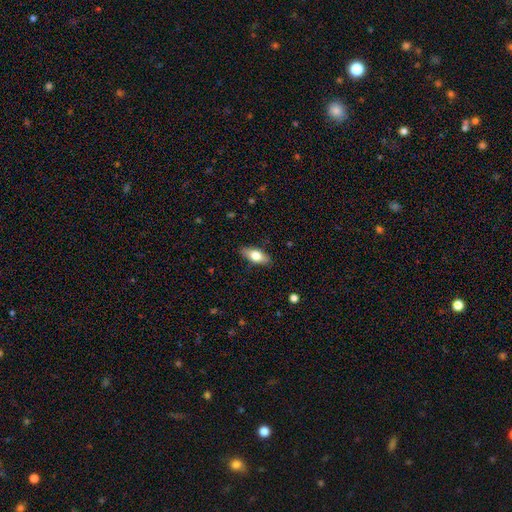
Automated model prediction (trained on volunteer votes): Smooth or featured: smooth — 67% (featured or disk — 26%)
How rounded: in between — 78% (cigar-shaped — 18%)
Merging: none — 86% (minor disturbance — 10%)